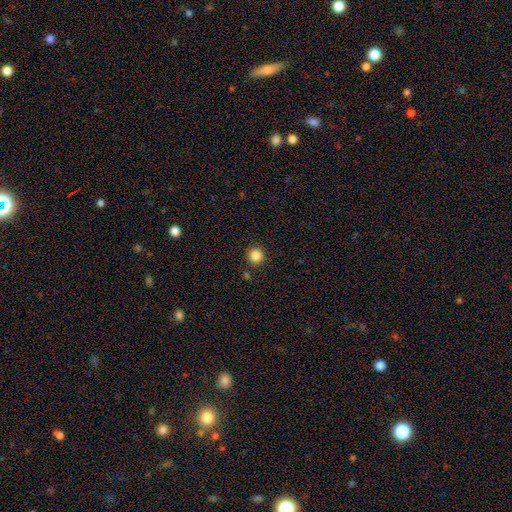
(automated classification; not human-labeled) This is clearly a smooth galaxy (85%). How rounded: clearly round (94%). Merging: clearly none (88%).